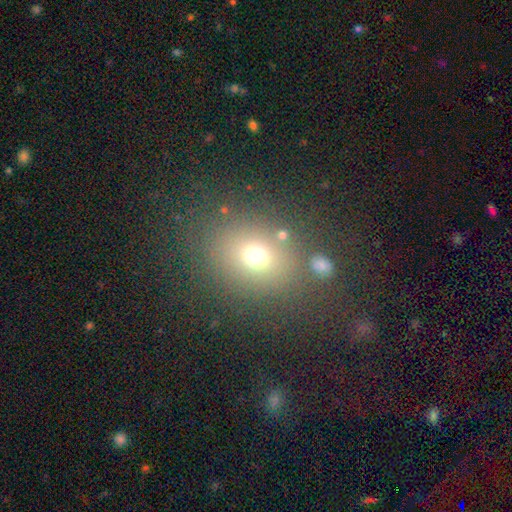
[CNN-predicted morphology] Smooth or featured: smooth — 69% (star or artifact — 19%)
How rounded: round — 59% (in between — 39%)
Merging: none — 76% (minor disturbance — 11%)